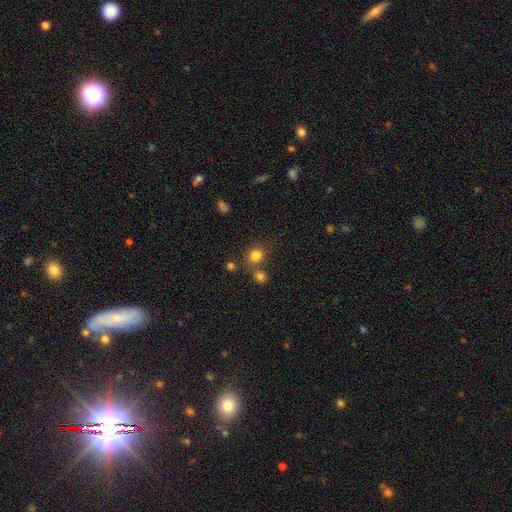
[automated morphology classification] smooth-or-featured: smooth: 81% | star or artifact: 14% | featured or disk: 6%
  how-rounded: round: 81% | in between: 18% | cigar-shaped: 1%
  merging: none: 68% | merger: 19% | minor disturbance: 10% | major disturbance: 4%